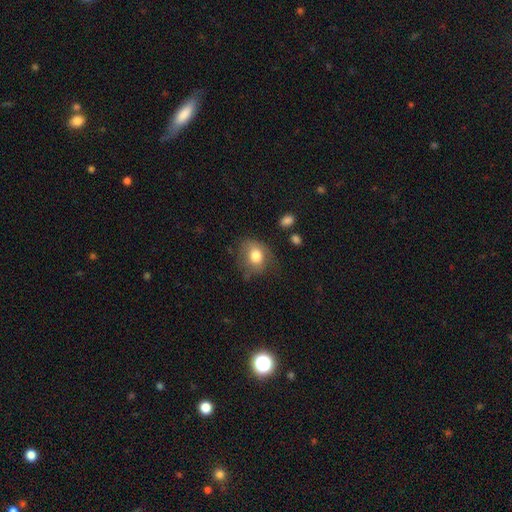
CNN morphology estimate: type=smooth (76%); roundness=round (55%); merging=none (58%).